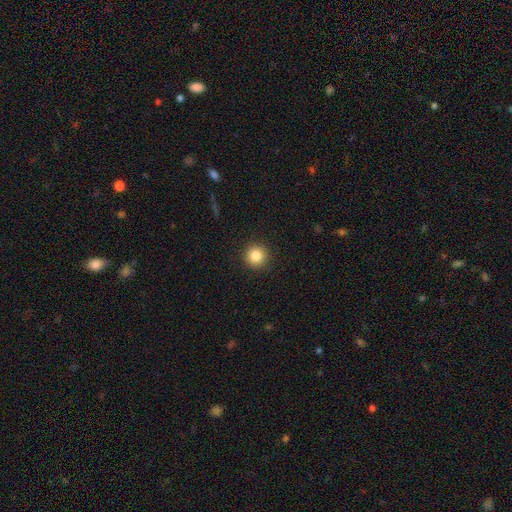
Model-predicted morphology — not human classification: type=smooth (85%); roundness=round (95%); merging=none (92%).